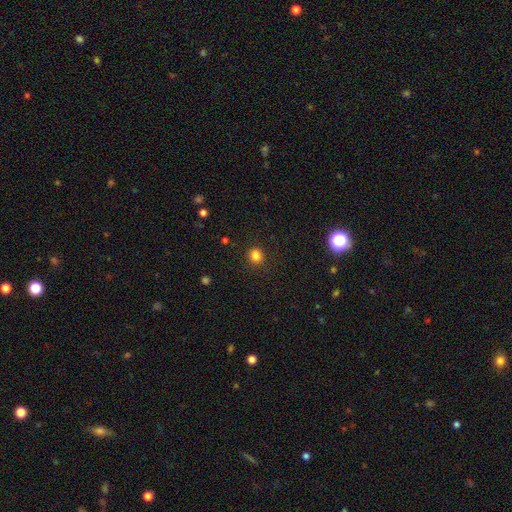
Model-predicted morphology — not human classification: A smooth galaxy with no disk features (82%) that is round (82%).

Vote fractions:
- Smooth or featured? smooth: 82% / star or artifact: 14% / featured or disk: 4%
- How rounded? round: 82% / in between: 17% / cigar-shaped: 1%
- Merging? none: 87% / minor disturbance: 8% / major disturbance: 3% / merger: 2%